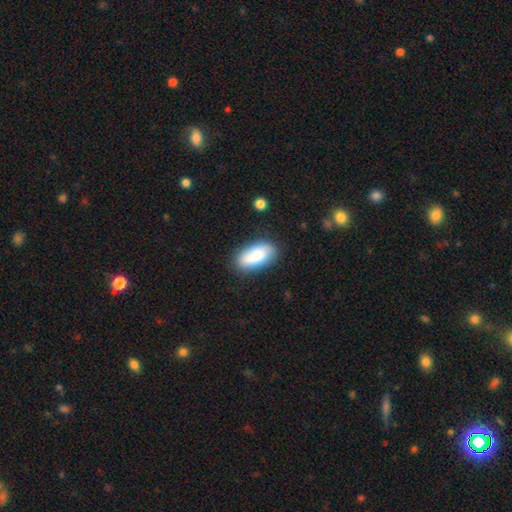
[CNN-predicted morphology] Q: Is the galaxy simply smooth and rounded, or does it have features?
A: smooth — 82%.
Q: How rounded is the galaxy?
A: in between — 89%.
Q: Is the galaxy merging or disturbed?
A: none — 80%.